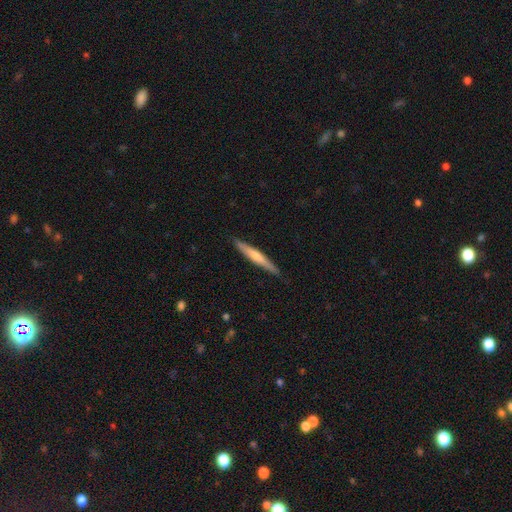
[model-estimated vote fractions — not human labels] A featured or disk galaxy (50%). Merging: none (90%).